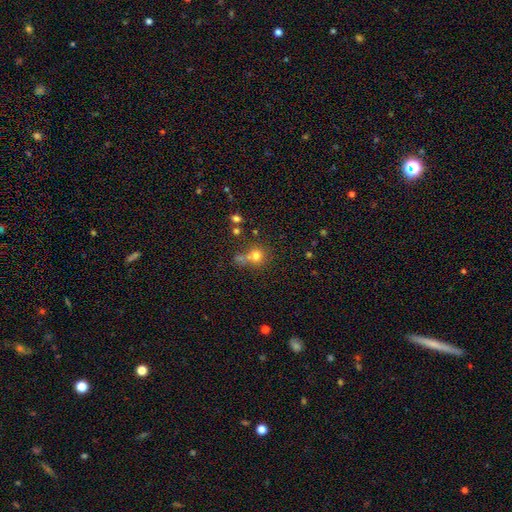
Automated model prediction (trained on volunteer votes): smooth 73%, star or artifact 17%, featured or disk 11%. Down the decision tree: how rounded — round (86%); merging — none (53%).